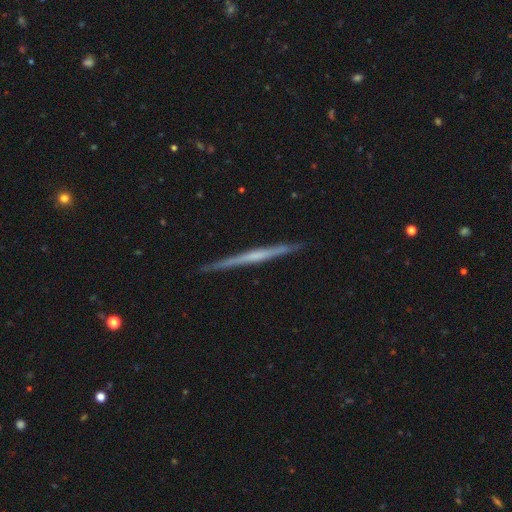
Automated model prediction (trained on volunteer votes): This appears to be a featured or disk galaxy (66%) viewed edge-on (98%) with no central bulge (73%). Merging: none (91%).